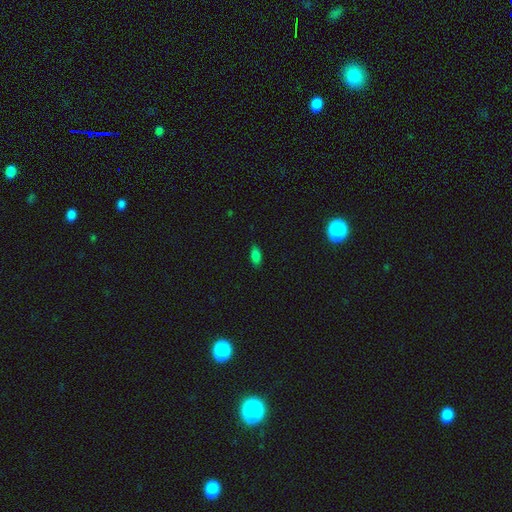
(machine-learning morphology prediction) smooth_or_featured: smooth (p=0.82) [alt: star or artifact p=0.12]
how_rounded: in between (p=0.89) [alt: cigar-shaped p=0.08]
merging: none (p=0.84) [alt: minor disturbance p=0.13]